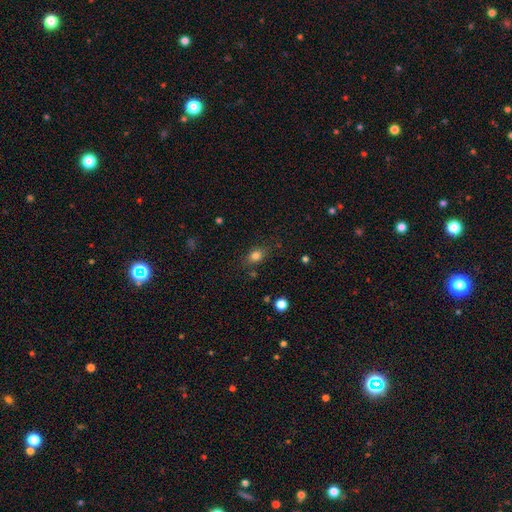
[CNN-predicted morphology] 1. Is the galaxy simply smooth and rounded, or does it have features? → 81% smooth, 12% star or artifact, 7% featured or disk.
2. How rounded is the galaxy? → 64% in between, 34% round, 2% cigar-shaped.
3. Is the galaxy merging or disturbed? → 78% none, 15% minor disturbance, 5% major disturbance, 3% merger.